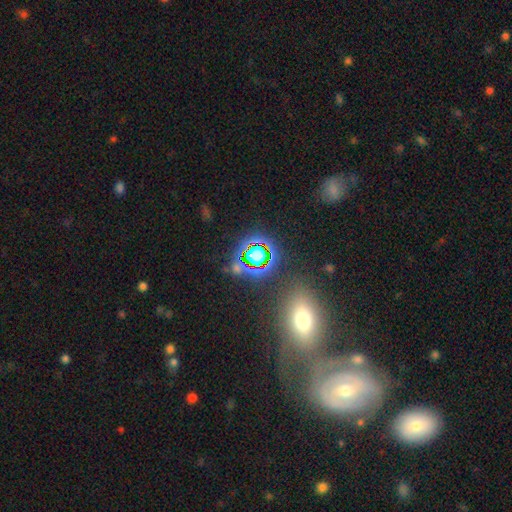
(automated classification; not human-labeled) The model was most divided on "smooth or featured": star or artifact: 68%, smooth: 21%, featured or disk: 11%.